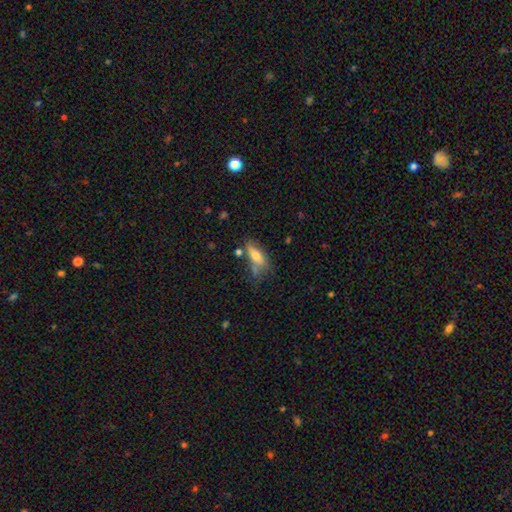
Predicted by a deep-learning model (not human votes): Morphology: type=smooth (66%); roundness=in between (69%); merging=none (46%).